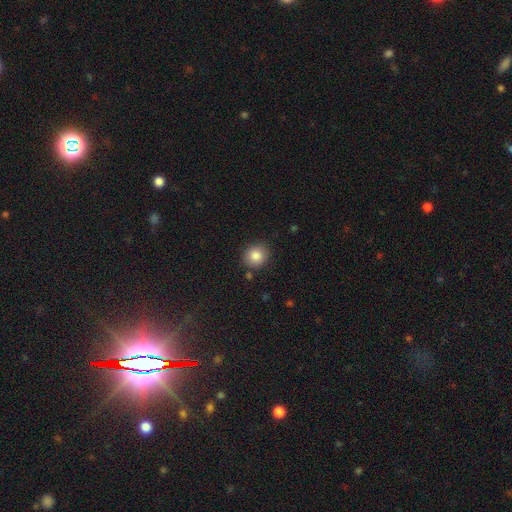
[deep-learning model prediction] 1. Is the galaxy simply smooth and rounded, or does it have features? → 84% smooth, 10% star or artifact, 6% featured or disk.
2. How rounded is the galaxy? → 88% round, 11% in between, 1% cigar-shaped.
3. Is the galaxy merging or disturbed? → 86% none, 9% minor disturbance, 3% merger, 2% major disturbance.